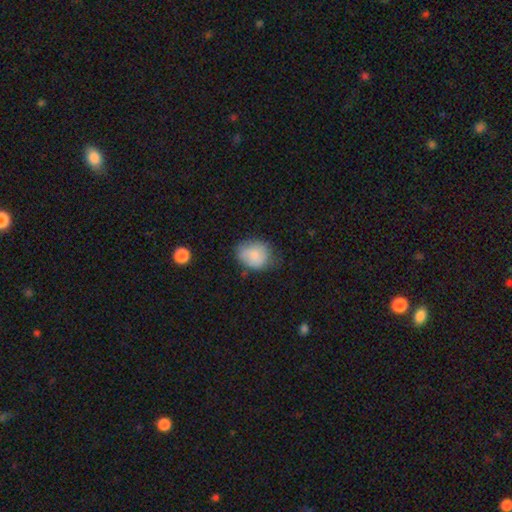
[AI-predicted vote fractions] Smooth or featured? Predicted: smooth (p=0.80). How rounded? Predicted: round (p=0.55). Merging? Predicted: none (p=0.59).